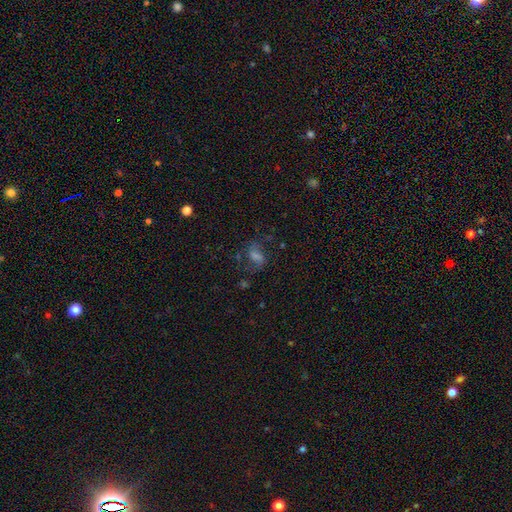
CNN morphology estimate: Smooth or featured: featured or disk — 45% (smooth — 29%)
Merging: none — 59% (major disturbance — 19%)